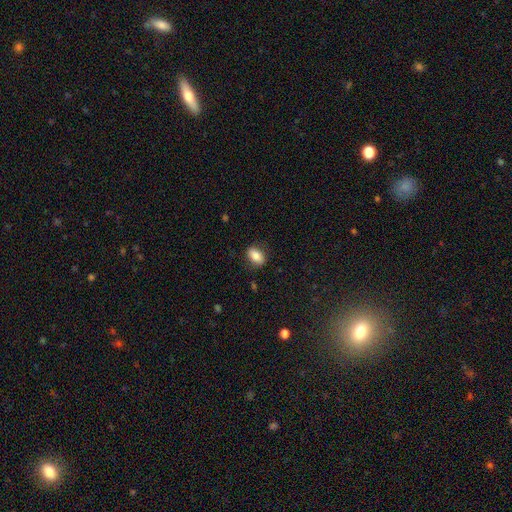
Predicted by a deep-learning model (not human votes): smooth 83%, featured or disk 9%, star or artifact 8%. Down the decision tree: how rounded — in between (84%); merging — none (81%).